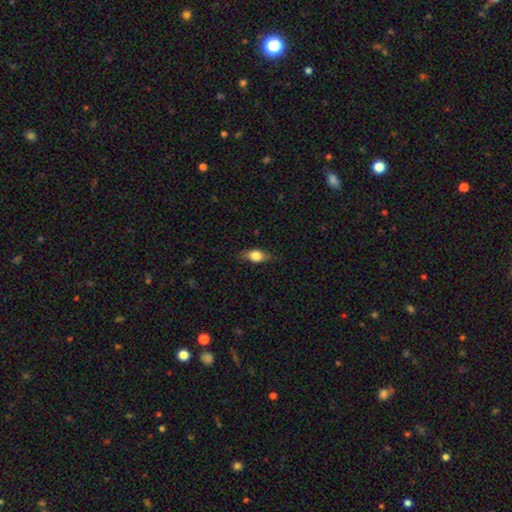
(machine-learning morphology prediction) Overall: smooth (74%). How rounded: in between (75%). Merging: none (77%).